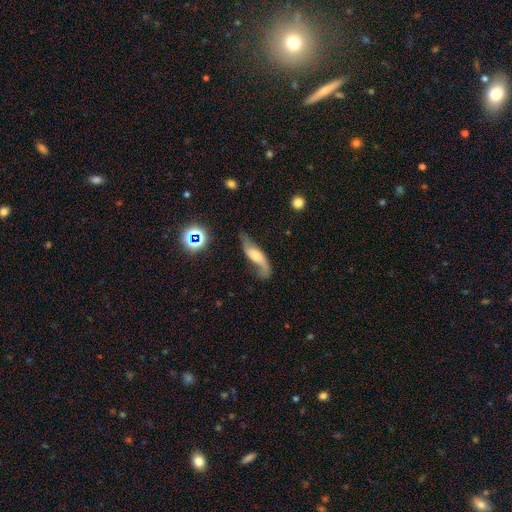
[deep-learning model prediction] smooth_or_featured: featured or disk (p=0.64) [alt: smooth p=0.28]
disk_edge_on: no (p=0.78) [alt: yes p=0.22]
merging: none (p=0.58) [alt: minor disturbance p=0.25]